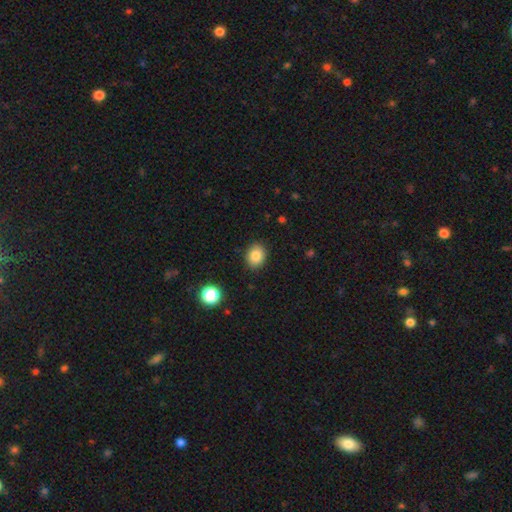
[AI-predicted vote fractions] A smooth galaxy with no disk features (85%) that is round (52%).

Vote fractions:
- Smooth or featured? smooth: 85% / star or artifact: 10% / featured or disk: 6%
- How rounded? round: 52% / in between: 47% / cigar-shaped: 1%
- Merging? none: 88% / minor disturbance: 8% / major disturbance: 2% / merger: 1%